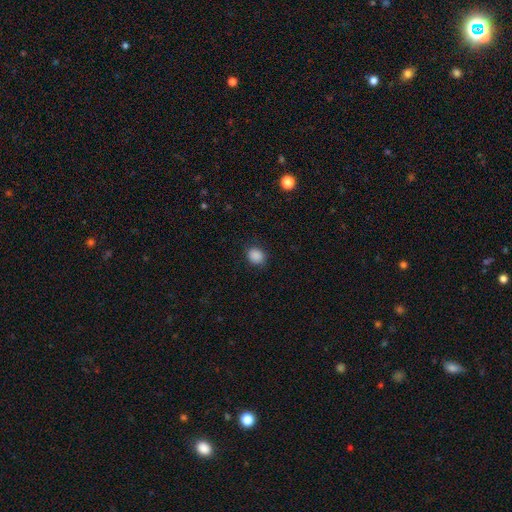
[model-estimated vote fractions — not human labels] smooth 88%, star or artifact 9%, featured or disk 3%. Down the decision tree: how rounded — round (63%); merging — none (86%).